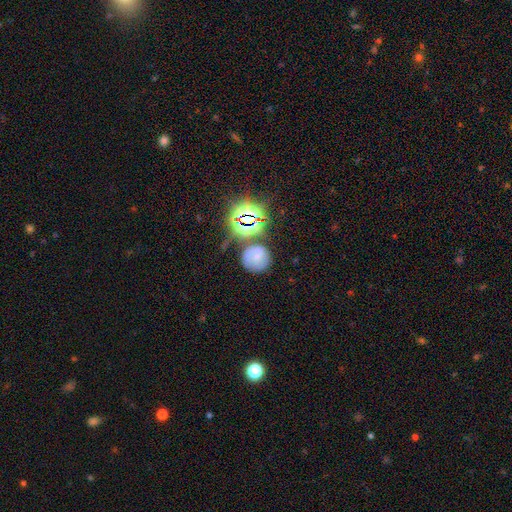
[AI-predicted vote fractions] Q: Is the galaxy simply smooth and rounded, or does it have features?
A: smooth — 48%.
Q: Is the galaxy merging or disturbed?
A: none — 66%.